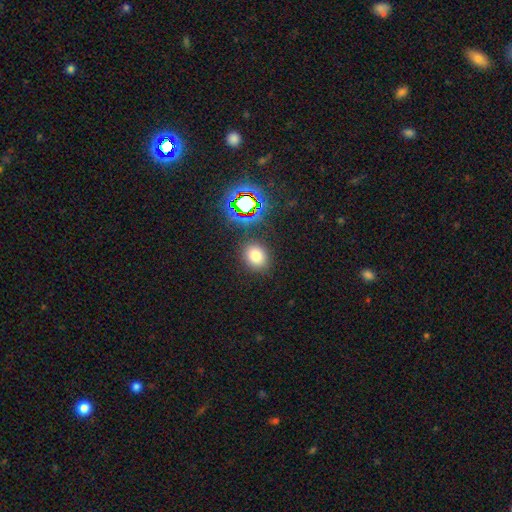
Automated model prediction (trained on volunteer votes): The model was most divided on "how rounded": round: 61%, in between: 38%, cigar-shaped: 1%. More confident: merging — none (86%); smooth or featured — smooth (75%).